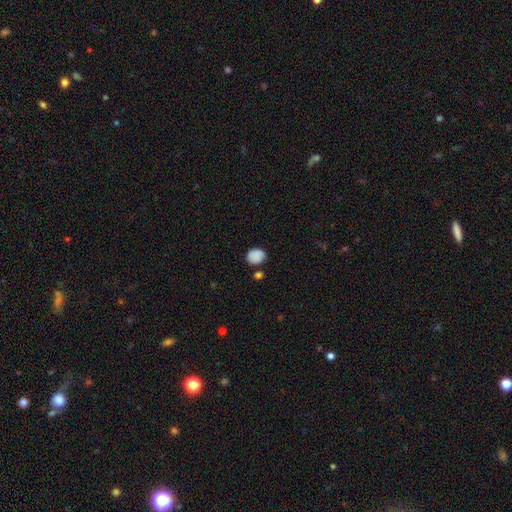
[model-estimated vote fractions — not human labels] The model was most divided on "how rounded": round: 59%, in between: 40%, cigar-shaped: 1%. More confident: smooth or featured — smooth (86%); merging — none (71%).